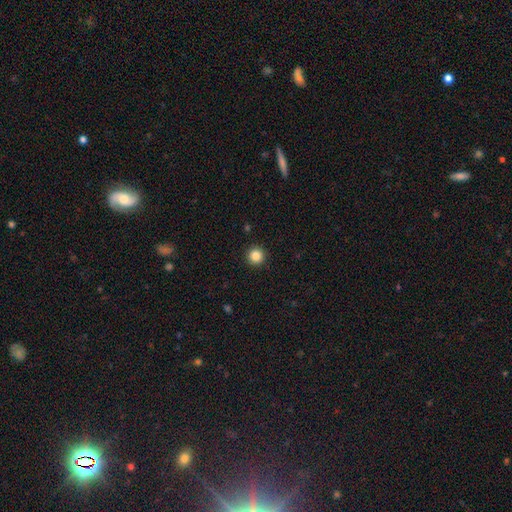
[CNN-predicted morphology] Q: Smooth or featured?
A: smooth (85%); runner-up: star or artifact (11%)
Q: How rounded?
A: round (96%); runner-up: in between (3%)
Q: Merging?
A: none (93%); runner-up: minor disturbance (4%)